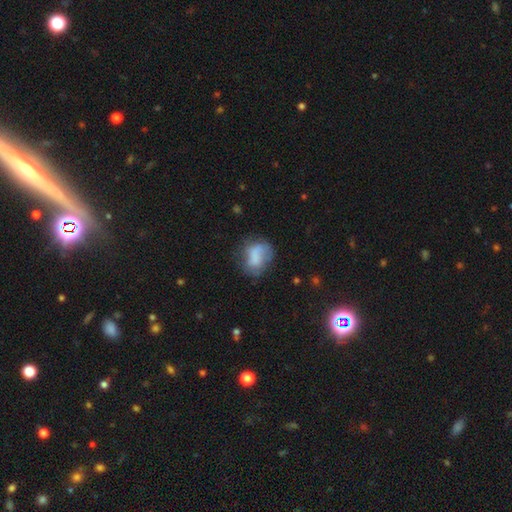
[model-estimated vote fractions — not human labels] Morphology: type=smooth (67%); roundness=in between (62%); merging=none (43%).